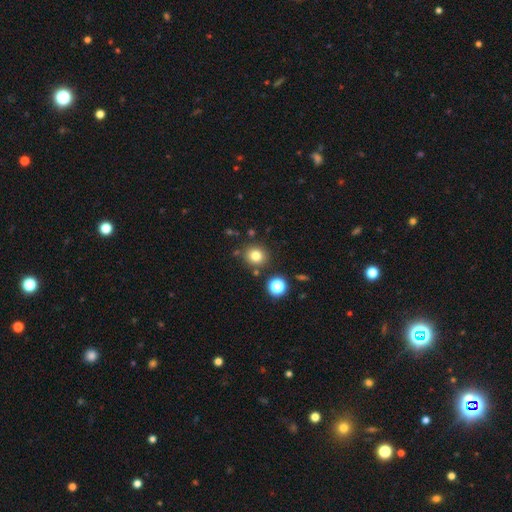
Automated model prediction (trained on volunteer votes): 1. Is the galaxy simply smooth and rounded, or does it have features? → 79% smooth, 14% star or artifact, 7% featured or disk.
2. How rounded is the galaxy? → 87% round, 12% in between, 1% cigar-shaped.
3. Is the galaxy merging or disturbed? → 84% none, 8% minor disturbance, 5% merger, 3% major disturbance.